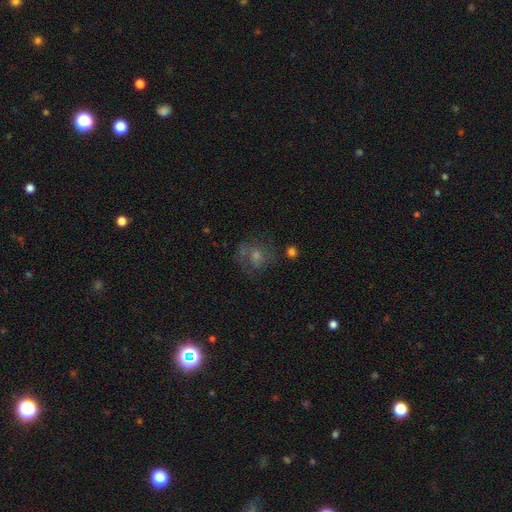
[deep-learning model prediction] smooth_or_featured: featured or disk (p=0.44) [alt: smooth p=0.42]
merging: none (p=0.55) [alt: minor disturbance p=0.20]